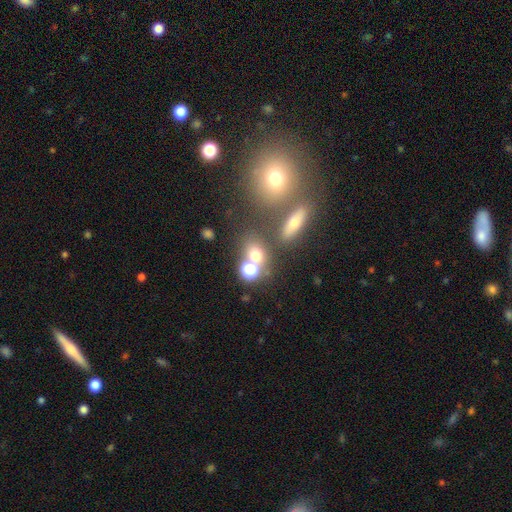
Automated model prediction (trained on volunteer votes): Morphology: type=smooth (62%); roundness=round (64%); merging=none (56%).